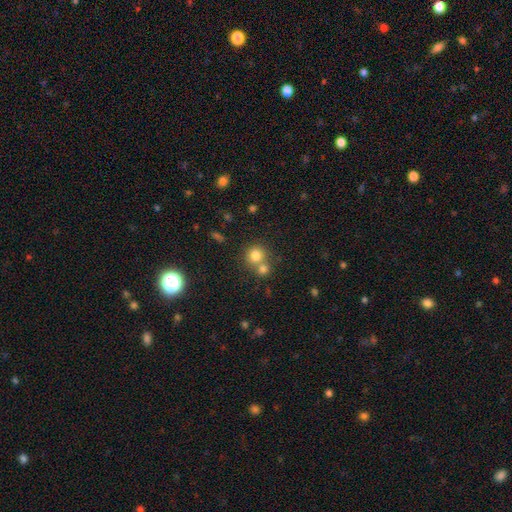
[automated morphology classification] smooth-or-featured: smooth: 78% | star or artifact: 13% | featured or disk: 9%
  how-rounded: round: 89% | in between: 10% | cigar-shaped: 1%
  merging: none: 51% | merger: 40% | minor disturbance: 7% | major disturbance: 3%